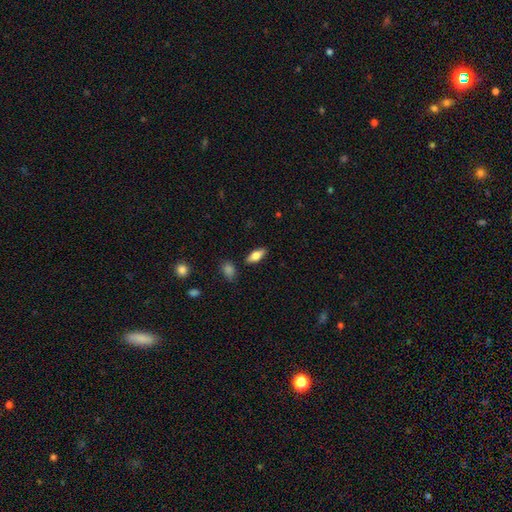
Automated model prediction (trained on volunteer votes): smooth 68%, featured or disk 25%, star or artifact 7%. Down the decision tree: how rounded — in between (78%); merging — none (85%).